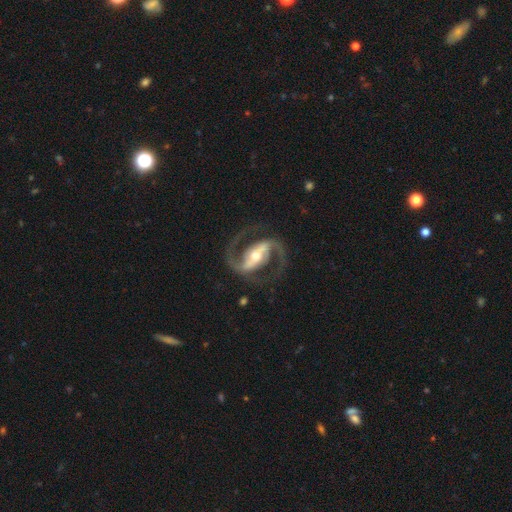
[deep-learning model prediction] smooth-or-featured: featured or disk: 93% | smooth: 3% | star or artifact: 3%
  disk-edge-on: no: 97% | yes: 3%
    bar: strong: 66% | weak: 23% | no: 10%
    has-spiral-arms: yes: 98% | no: 2%
      spiral-winding: medium: 64% | loose: 21% | tight: 14%
      spiral-arm-count: 2: 94% | 1: 1% | can't tell: 1% | 3: 1% | 4: 1% | more than 4: 1%
    bulge-size: moderate: 61% | small: 30% | large: 6% | dominant: 1% | none: 1%
  merging: none: 82% | minor disturbance: 10% | major disturbance: 7% | merger: 1%